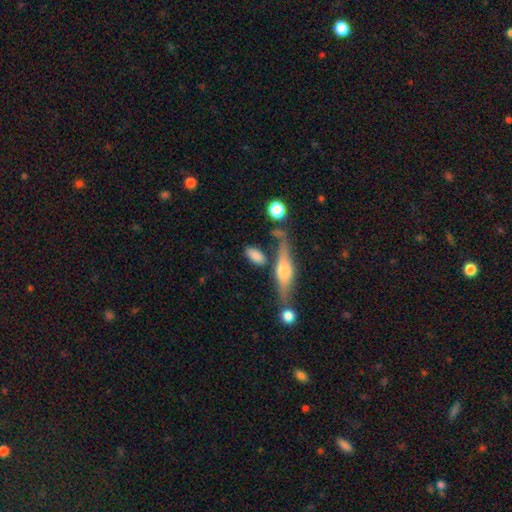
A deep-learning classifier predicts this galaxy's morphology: Q: Smooth or featured?
A: smooth (75%); runner-up: featured or disk (18%)
Q: How rounded?
A: in between (81%); runner-up: cigar-shaped (11%)
Q: Merging?
A: none (63%); runner-up: minor disturbance (16%)